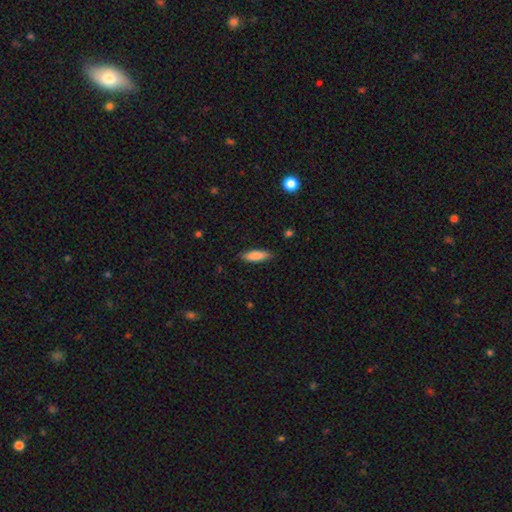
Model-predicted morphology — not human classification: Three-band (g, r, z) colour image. It shows a smooth galaxy with no disk features (85%) that is cigar-shaped (52%). Merging: none (86%).